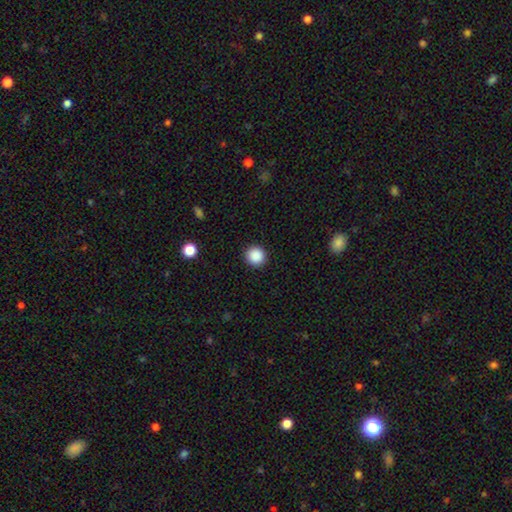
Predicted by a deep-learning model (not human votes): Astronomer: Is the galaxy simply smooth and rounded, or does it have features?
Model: smooth — 88%.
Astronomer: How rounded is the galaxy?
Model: round — 95%.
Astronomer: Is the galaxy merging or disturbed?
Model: none — 92%.